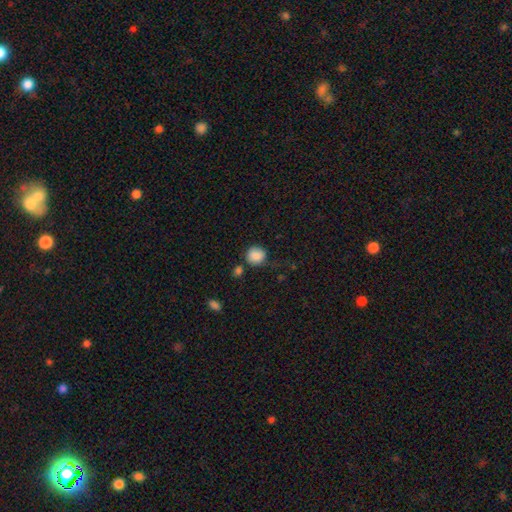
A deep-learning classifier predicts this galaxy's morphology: A smooth galaxy with no disk features (87%) that is round (88%).

Vote fractions:
- Smooth or featured? smooth: 87% / star or artifact: 9% / featured or disk: 4%
- How rounded? round: 88% / in between: 11% / cigar-shaped: 1%
- Merging? none: 69% / minor disturbance: 18% / merger: 7% / major disturbance: 6%